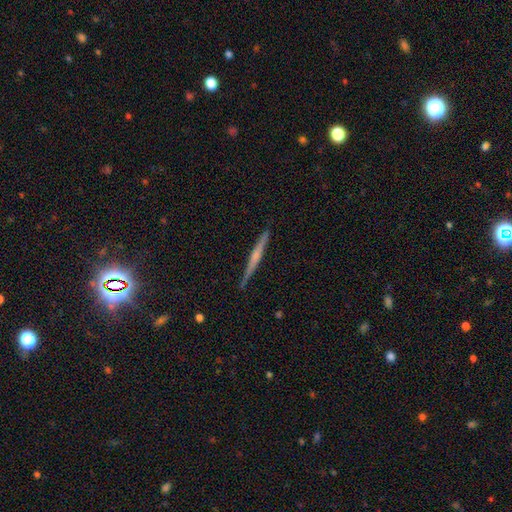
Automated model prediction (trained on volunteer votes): smooth_or_featured: featured or disk (p=0.60) [alt: smooth p=0.34]
disk_edge_on: yes (p=0.98) [alt: no p=0.02]
edge_on_bulge: none (p=0.48) [alt: rounded p=0.40]
merging: none (p=0.89) [alt: minor disturbance p=0.08]